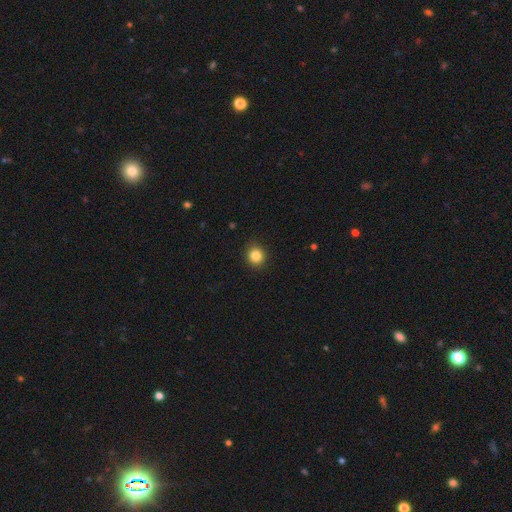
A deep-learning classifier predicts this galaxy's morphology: type=smooth (85%); roundness=round (87%); merging=none (90%).